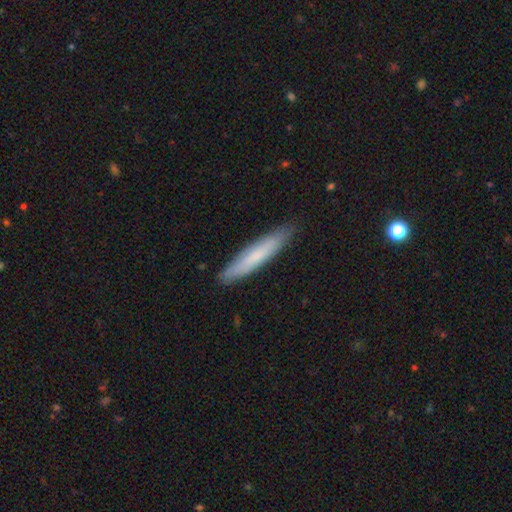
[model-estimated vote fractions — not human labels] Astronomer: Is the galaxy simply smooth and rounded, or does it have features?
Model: smooth — 71%.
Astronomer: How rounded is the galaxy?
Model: cigar-shaped — 90%.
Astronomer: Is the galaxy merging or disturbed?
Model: none — 88%.